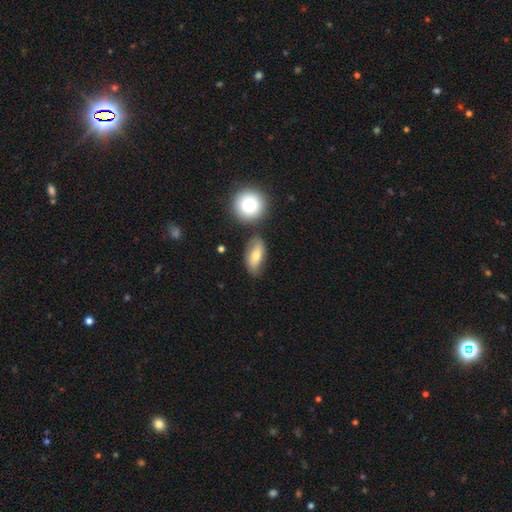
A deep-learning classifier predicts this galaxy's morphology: Smooth or featured? Predicted: smooth (p=0.66). How rounded? Predicted: in between (p=0.82). Merging? Predicted: none (p=0.64).